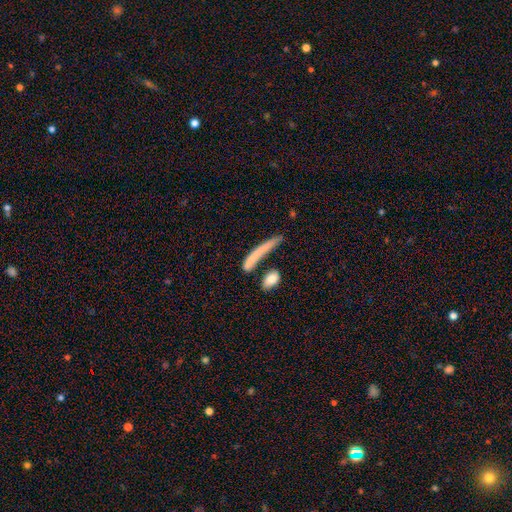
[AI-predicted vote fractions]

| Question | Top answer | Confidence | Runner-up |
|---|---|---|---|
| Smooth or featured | smooth | 69% | featured or disk (23%) |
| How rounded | cigar-shaped | 84% | in between (12%) |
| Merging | none | 54% | merger (17%) |